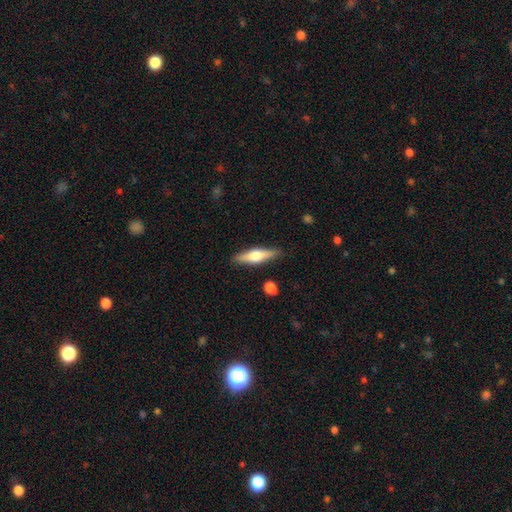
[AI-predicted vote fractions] A featured or disk galaxy (50%) viewed edge-on (94%).

Vote fractions:
- Smooth or featured? featured or disk: 50% / smooth: 44% / star or artifact: 6%
- Edge-on disk? yes: 94% / no: 6%
- Merging? none: 87% / minor disturbance: 9% / major disturbance: 2% / merger: 2%